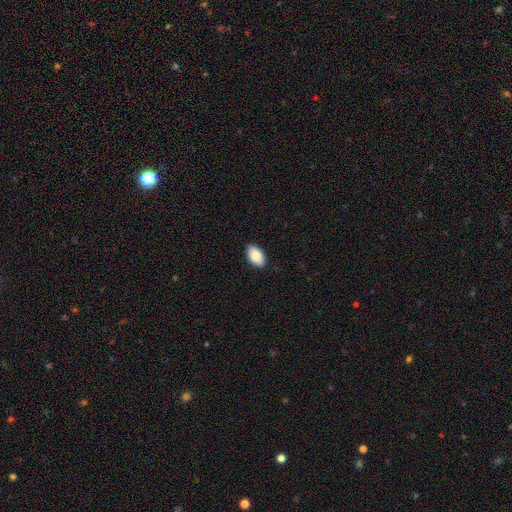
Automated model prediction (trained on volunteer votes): This is clearly a smooth galaxy (88%). How rounded: clearly in between (94%). Merging: clearly none (88%).